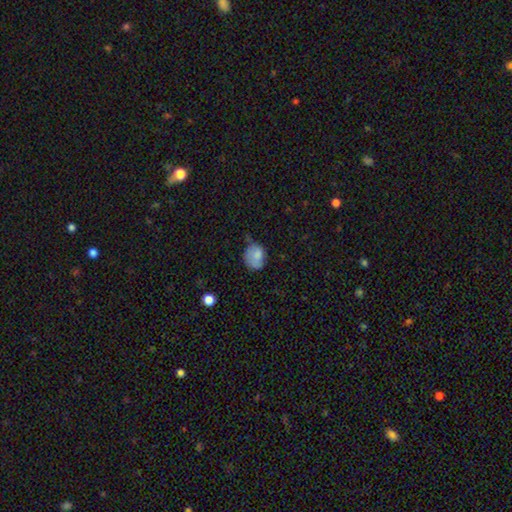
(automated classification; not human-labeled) Overall: smooth (78%). How rounded: round (54%; in between 46%). Merging: minor disturbance (41%; none 39%).